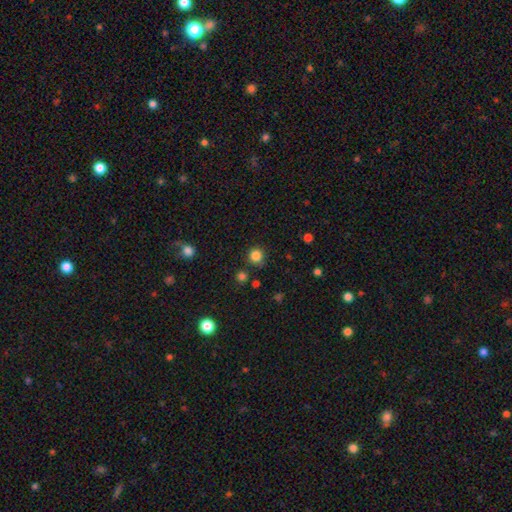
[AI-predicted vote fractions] The model was most divided on "smooth or featured": smooth: 83%, star or artifact: 13%, featured or disk: 4%. More confident: how rounded — round (93%); merging — none (84%).